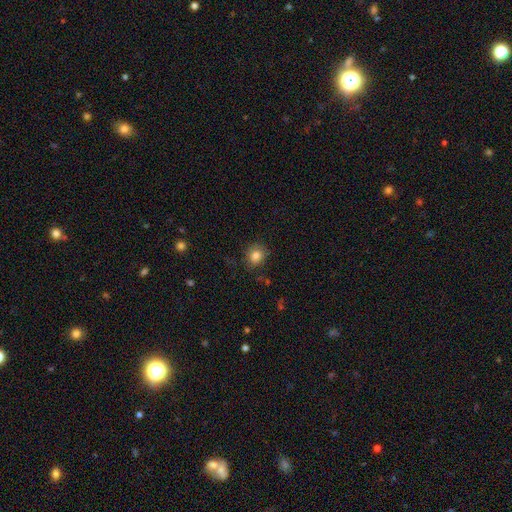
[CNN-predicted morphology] This appears to be a smooth galaxy with no disk features (84%) that is round (71%). Merging: none (80%).